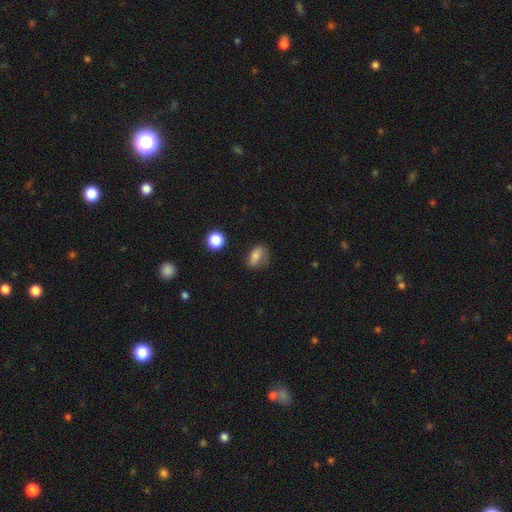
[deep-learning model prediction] Morphology: type=smooth (70%); roundness=in between (77%); merging=none (60%).